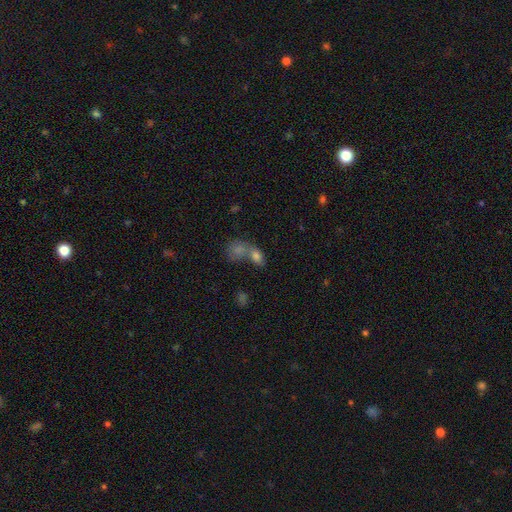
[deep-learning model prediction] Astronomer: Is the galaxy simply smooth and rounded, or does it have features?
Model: smooth — 77%.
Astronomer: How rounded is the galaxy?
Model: in between — 78%.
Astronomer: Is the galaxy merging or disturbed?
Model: merger — 63%.